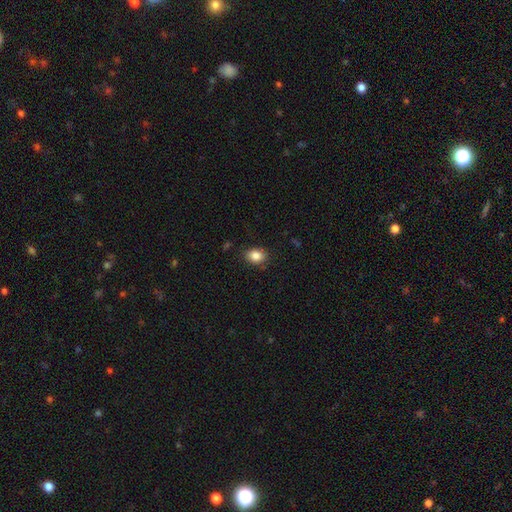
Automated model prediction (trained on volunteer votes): Smooth or featured? Predicted: smooth (p=0.86). How rounded? Predicted: in between (p=0.66). Merging? Predicted: none (p=0.82).